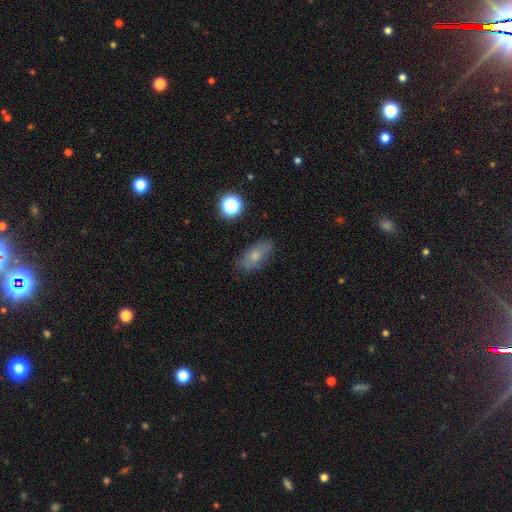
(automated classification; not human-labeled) Smooth or featured?
  - smooth: 70% *
  - featured or disk: 20%
  - star or artifact: 10%
How rounded?
  - in between: 84% *
  - cigar-shaped: 9%
  - round: 7%
Merging?
  - none: 77% *
  - minor disturbance: 17%
  - major disturbance: 4%
  - merger: 2%